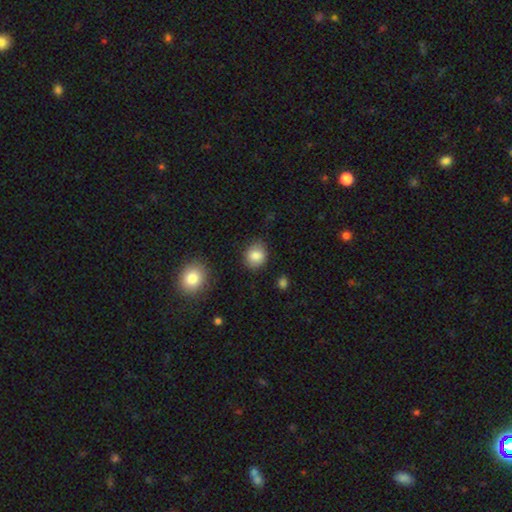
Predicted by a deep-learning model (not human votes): Smooth or featured? Predicted: smooth (p=0.83). How rounded? Predicted: round (p=0.65). Merging? Predicted: none (p=0.83).